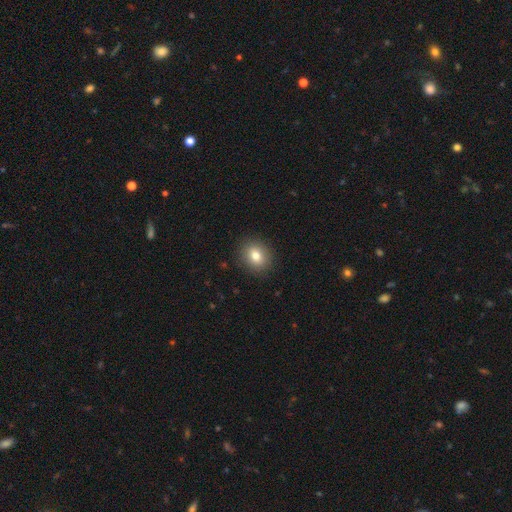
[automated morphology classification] A smooth galaxy with no disk features (80%) that is round (65%). Merging: none (89%).